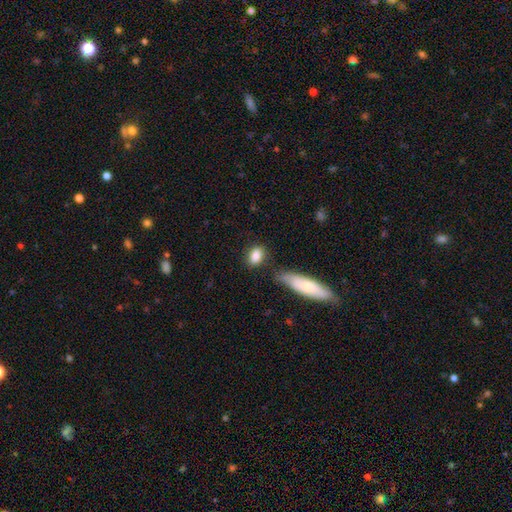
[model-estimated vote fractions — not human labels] This is clearly a smooth galaxy (85%). How rounded: likely in between (76%). Merging: likely none (72%).